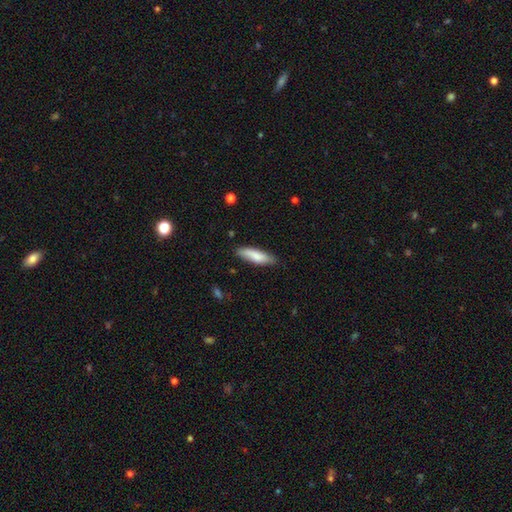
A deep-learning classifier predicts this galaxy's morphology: This appears to be a smooth galaxy with no disk features (80%) that is cigar-shaped (63%). Merging: none (81%).